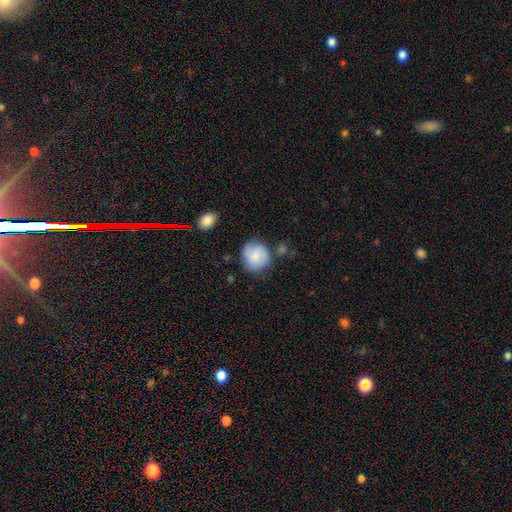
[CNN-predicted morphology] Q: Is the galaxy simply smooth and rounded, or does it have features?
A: smooth — 68%.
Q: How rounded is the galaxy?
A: round — 84%.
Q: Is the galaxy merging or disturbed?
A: none — 67%.